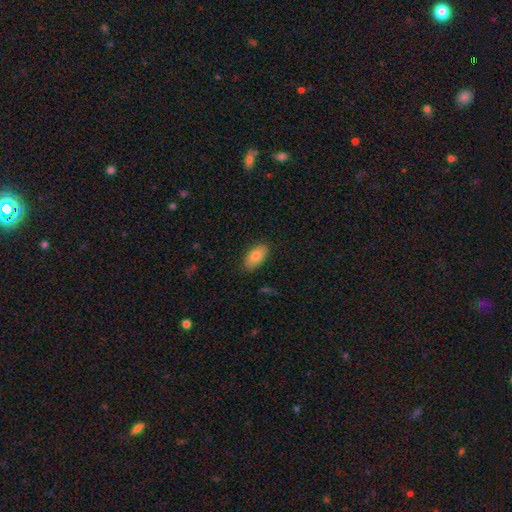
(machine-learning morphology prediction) Overall: smooth (82%). How rounded: in between (93%). Merging: none (86%).